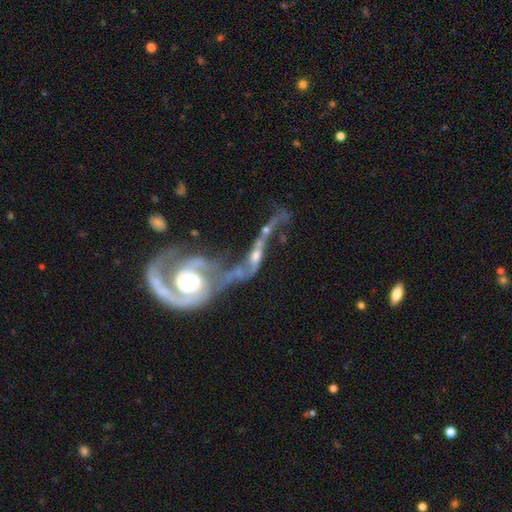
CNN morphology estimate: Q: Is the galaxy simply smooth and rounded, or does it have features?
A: featured or disk — 78%.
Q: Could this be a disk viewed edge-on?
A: no — 82%.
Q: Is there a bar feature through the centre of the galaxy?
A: no — 51%.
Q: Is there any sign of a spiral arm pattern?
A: yes — 81%.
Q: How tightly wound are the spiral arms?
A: loose — 69%.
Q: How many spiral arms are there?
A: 2 — 73%.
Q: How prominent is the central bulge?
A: moderate — 49%.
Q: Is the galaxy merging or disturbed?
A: merger — 71%.